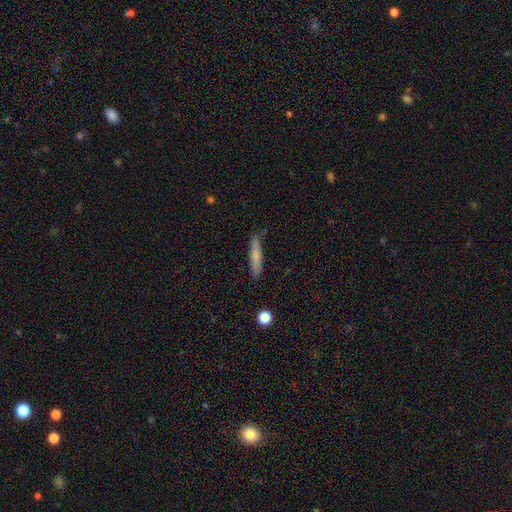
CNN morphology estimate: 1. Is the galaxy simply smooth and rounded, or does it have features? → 73% smooth, 21% featured or disk, 7% star or artifact.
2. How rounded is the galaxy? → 91% cigar-shaped, 8% in between, 2% round.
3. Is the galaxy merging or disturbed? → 84% none, 12% minor disturbance, 2% major disturbance, 2% merger.